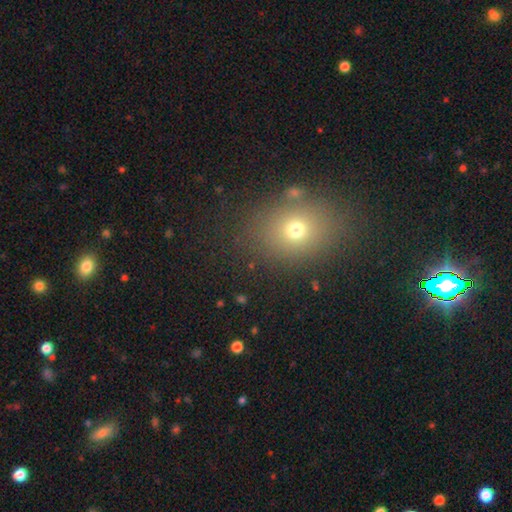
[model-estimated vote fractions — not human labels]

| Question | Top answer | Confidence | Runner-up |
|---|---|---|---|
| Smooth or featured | smooth | 61% | star or artifact (28%) |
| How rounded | round | 51% | in between (48%) |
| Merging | none | 84% | minor disturbance (9%) |